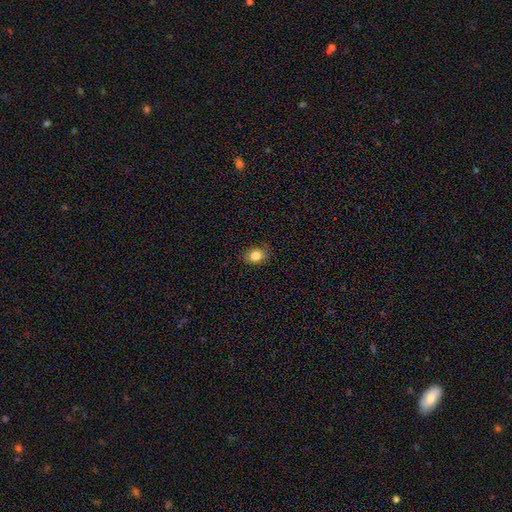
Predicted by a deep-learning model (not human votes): Q: Smooth or featured?
A: smooth (83%); runner-up: star or artifact (10%)
Q: How rounded?
A: in between (58%); runner-up: round (41%)
Q: Merging?
A: none (82%); runner-up: minor disturbance (15%)